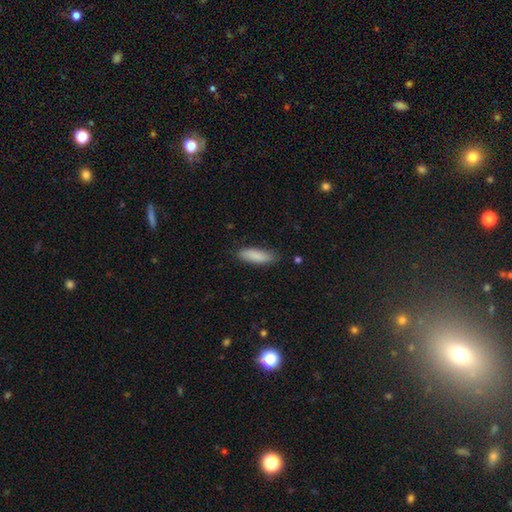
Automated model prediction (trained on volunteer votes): Smooth or featured: smooth — 88% (featured or disk — 7%)
How rounded: in between — 50% (cigar-shaped — 49%)
Merging: none — 84% (minor disturbance — 13%)